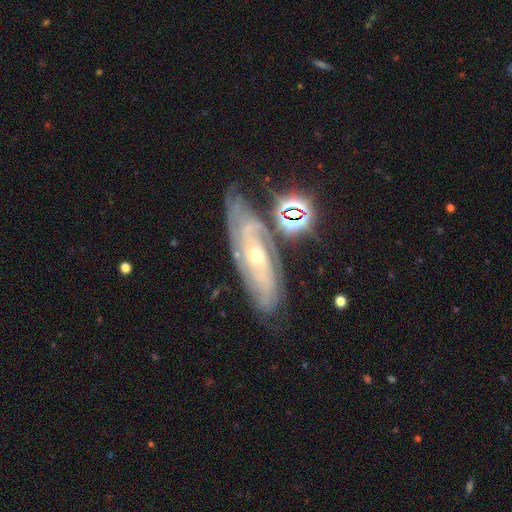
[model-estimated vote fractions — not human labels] This appears to be a featured or disk galaxy (83%) with no bar (68%), tight (71%) spiral arms (95%) and a small central bulge (59%). Merging: none (71%).